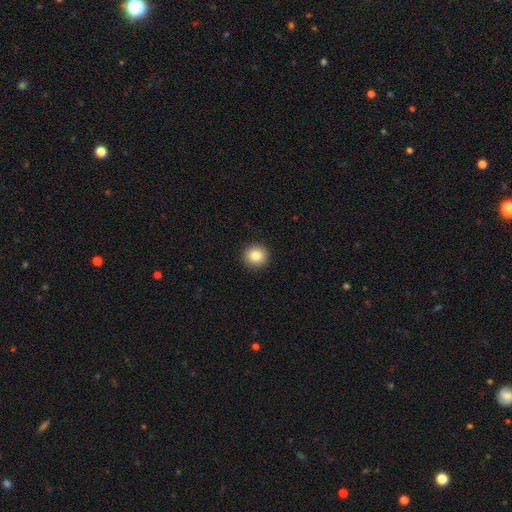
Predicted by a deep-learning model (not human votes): Smooth or featured? Predicted: smooth (p=0.84). How rounded? Predicted: round (p=0.93). Merging? Predicted: none (p=0.93).